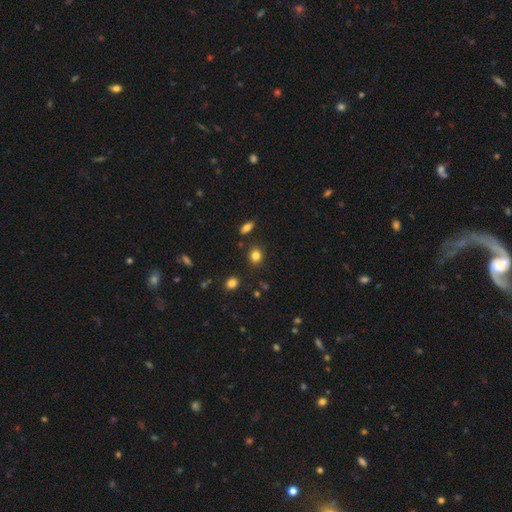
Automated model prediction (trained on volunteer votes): Smooth or featured? Predicted: smooth (p=0.83). How rounded? Predicted: round (p=0.75). Merging? Predicted: none (p=0.85).